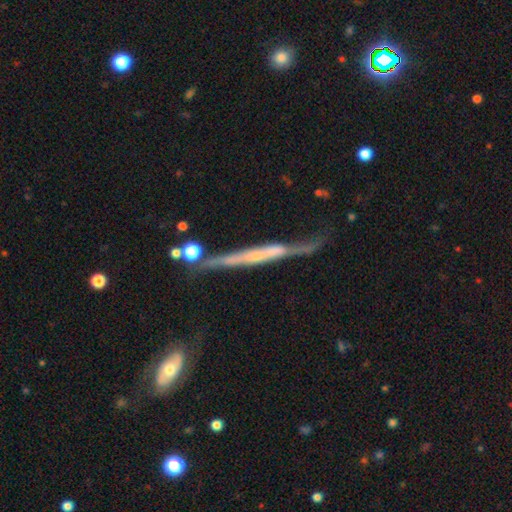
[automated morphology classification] A featured or disk galaxy (72%) viewed edge-on (88%) with no central bulge (53%).

Vote fractions:
- Smooth or featured? featured or disk: 72% / smooth: 21% / star or artifact: 7%
- Edge-on disk? yes: 88% / no: 12%
- Edge-on bulge? none: 53% / rounded: 26% / boxy: 21%
- Merging? none: 48% / minor disturbance: 27% / major disturbance: 16% / merger: 9%